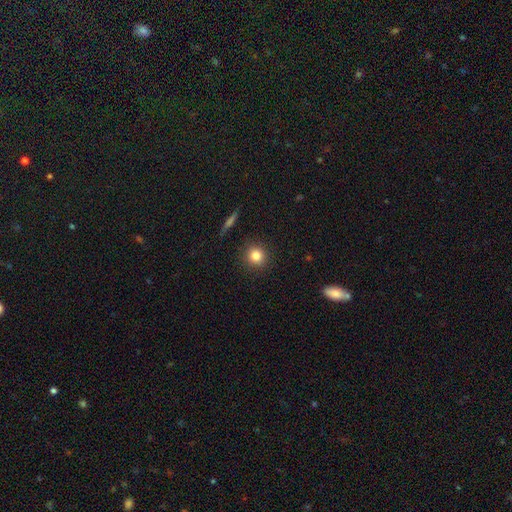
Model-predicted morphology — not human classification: type=smooth (82%); roundness=round (92%); merging=none (90%).